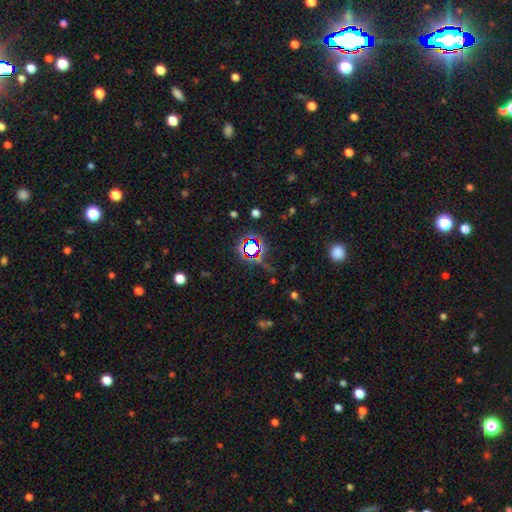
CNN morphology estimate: Smooth or featured?
  - star or artifact: 76% *
  - smooth: 15%
  - featured or disk: 9%